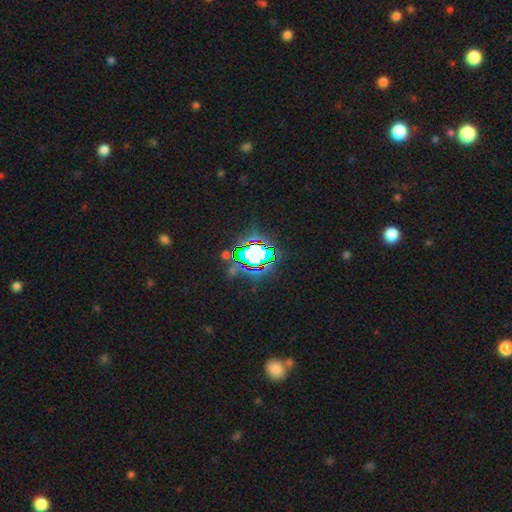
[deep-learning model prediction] smooth_or_featured: star or artifact (p=0.67) [alt: smooth p=0.18]